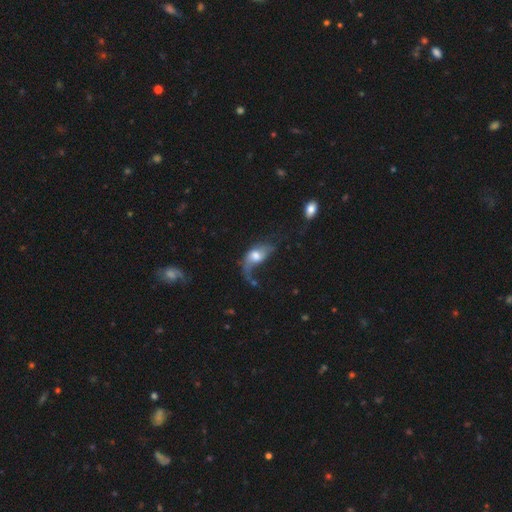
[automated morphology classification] smooth-or-featured: smooth: 47% | featured or disk: 44% | star or artifact: 9%
  merging: major disturbance: 52% | none: 20% | minor disturbance: 18% | merger: 10%